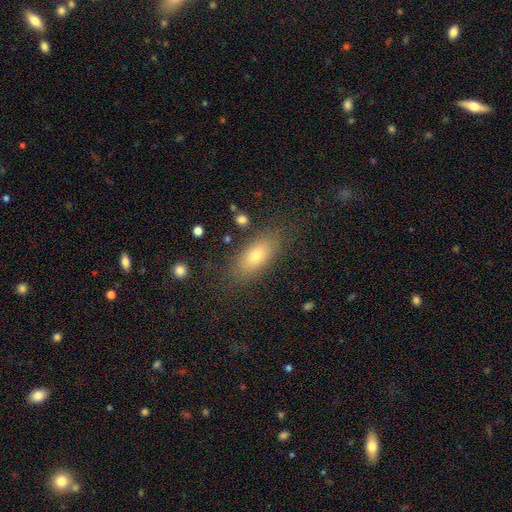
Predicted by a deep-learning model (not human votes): smooth-or-featured: smooth: 76% | featured or disk: 15% | star or artifact: 9%
  how-rounded: in between: 83% | cigar-shaped: 12% | round: 5%
  merging: none: 82% | minor disturbance: 12% | major disturbance: 4% | merger: 2%